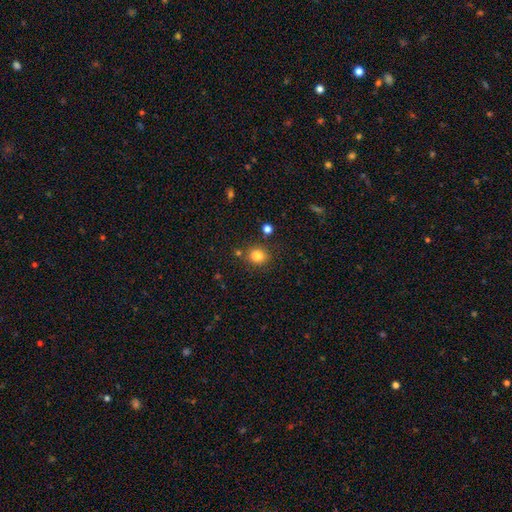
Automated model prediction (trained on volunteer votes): Smooth or featured? Predicted: smooth (p=0.81). How rounded? Predicted: round (p=0.79). Merging? Predicted: none (p=0.81).